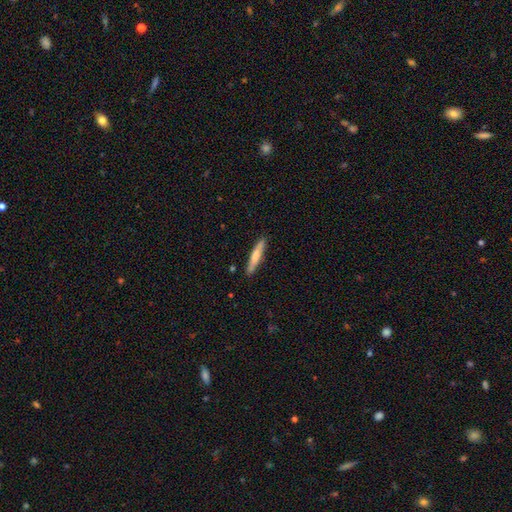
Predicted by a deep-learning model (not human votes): Morphology: type=smooth (68%); roundness=cigar-shaped (91%); merging=none (88%).